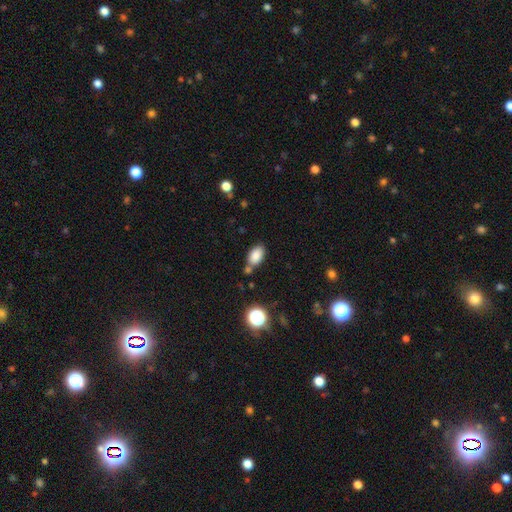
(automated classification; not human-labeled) Morphology: type=smooth (85%); roundness=in between (91%); merging=none (67%).